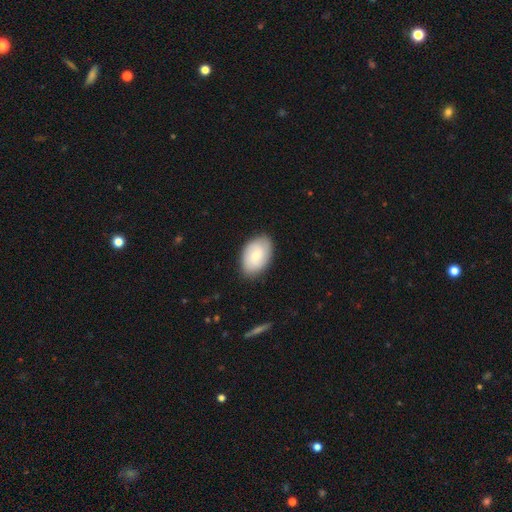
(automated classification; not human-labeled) The model was most divided on "smooth or featured": smooth: 76%, featured or disk: 18%, star or artifact: 6%. More confident: how rounded — in between (92%); merging — none (84%).